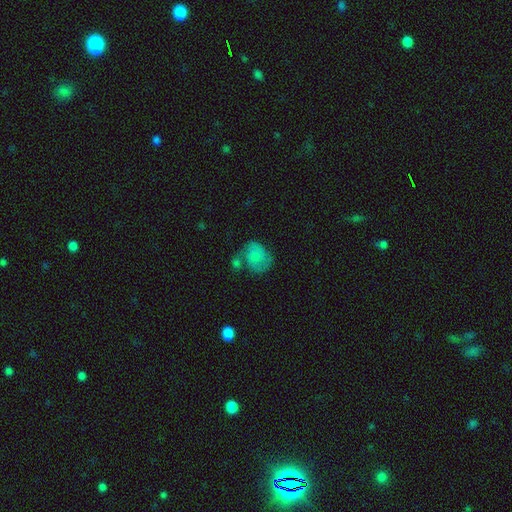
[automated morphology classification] Smooth or featured? Predicted: smooth (p=0.53). How rounded? Predicted: round (p=0.60). Merging? Predicted: none (p=0.37).